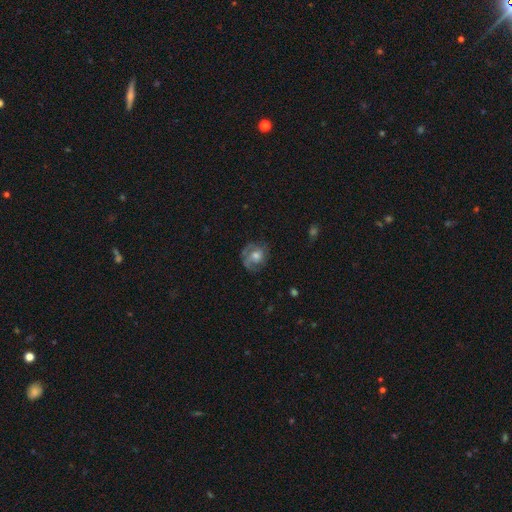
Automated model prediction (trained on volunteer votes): Smooth or featured? Predicted: featured or disk (p=0.56). Edge-on disk? Predicted: no (p=0.97). Bar? Predicted: no (p=0.77). Spiral arms? Predicted: yes (p=0.77). Bulge size? Predicted: moderate (p=0.61). Merging? Predicted: none (p=0.65).